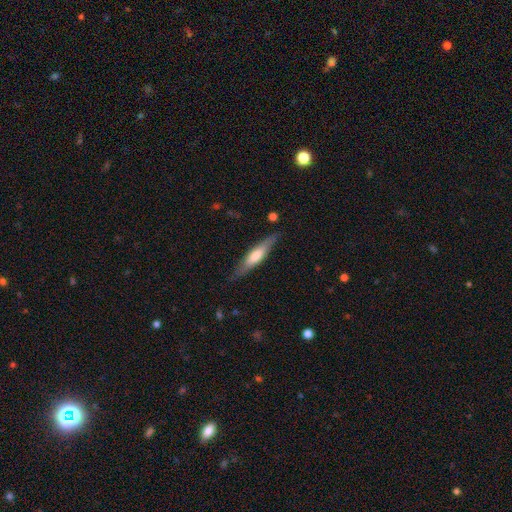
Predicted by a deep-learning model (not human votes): smooth-or-featured: smooth: 51% | featured or disk: 43% | star or artifact: 5%
  how-rounded: cigar-shaped: 83% | in between: 16% | round: 1%
  merging: none: 81% | minor disturbance: 14% | major disturbance: 3% | merger: 2%